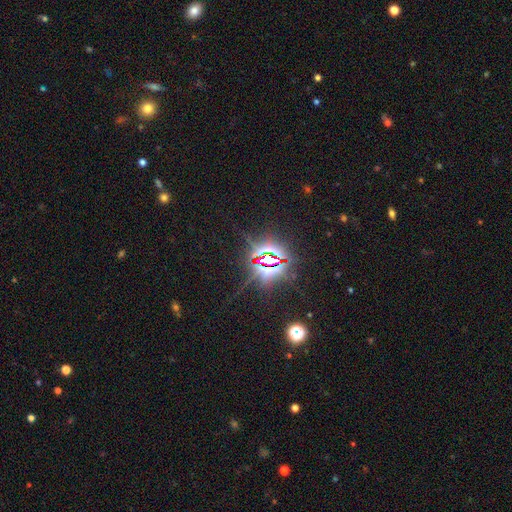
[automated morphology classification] A star or artifact, not a galaxy (84%).